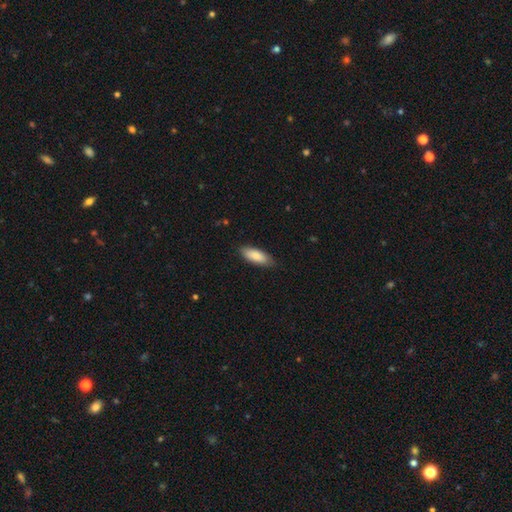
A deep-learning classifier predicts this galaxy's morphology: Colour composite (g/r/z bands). It shows a smooth galaxy with no disk features (85%) that is in between round and cigar-shaped (74%). Merging: none (82%).